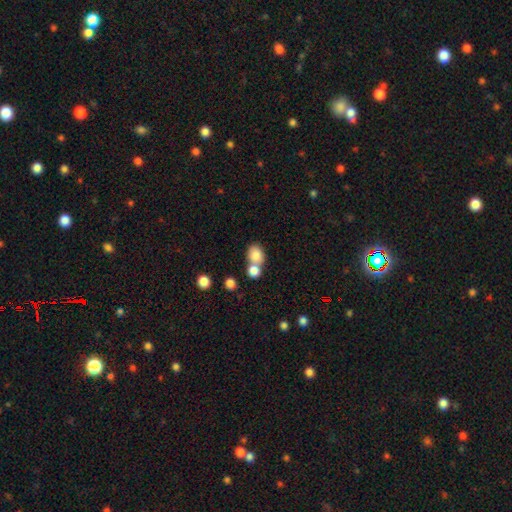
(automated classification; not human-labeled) Q: Smooth or featured?
A: smooth (82%); runner-up: star or artifact (9%)
Q: How rounded?
A: round (52%); runner-up: in between (46%)
Q: Merging?
A: merger (46%); runner-up: none (42%)